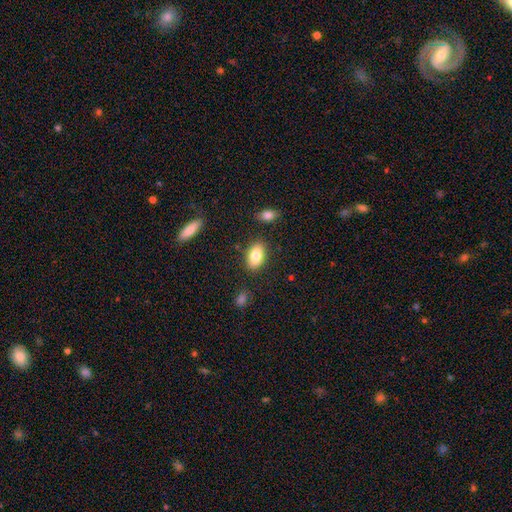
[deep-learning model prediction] Smooth or featured? Predicted: smooth (p=0.81). How rounded? Predicted: in between (p=0.90). Merging? Predicted: none (p=0.84).